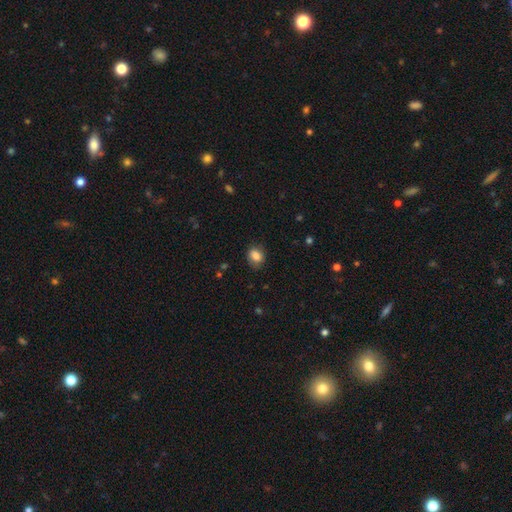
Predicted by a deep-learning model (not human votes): The model was most divided on "how rounded": in between: 53%, round: 46%, cigar-shaped: 1%. More confident: smooth or featured — smooth (84%); merging — none (78%).